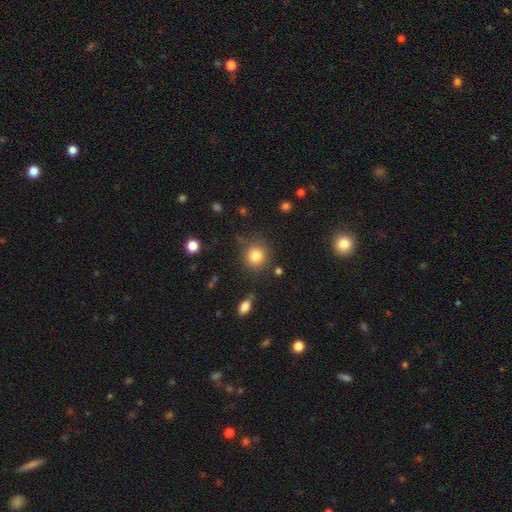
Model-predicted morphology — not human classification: This is clearly a smooth galaxy (83%). How rounded: clearly round (89%). Merging: clearly none (80%).